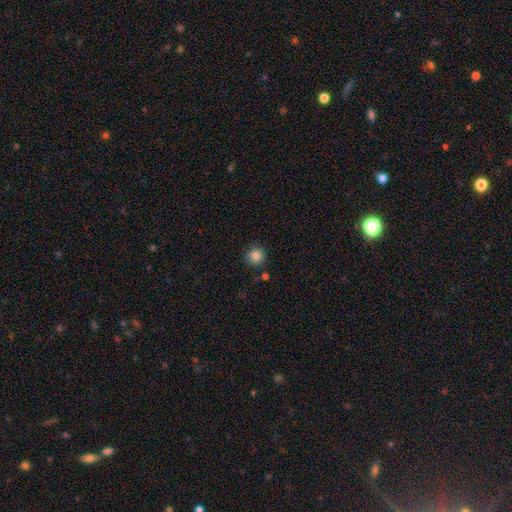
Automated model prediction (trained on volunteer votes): Smooth or featured? Predicted: smooth (p=0.85). How rounded? Predicted: round (p=0.94). Merging? Predicted: none (p=0.84).